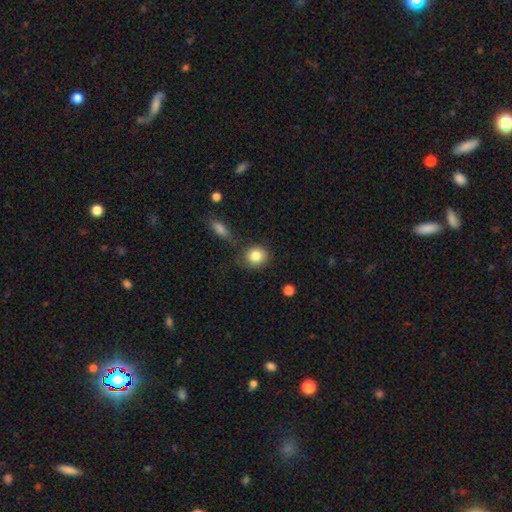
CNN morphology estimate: smooth-or-featured: smooth: 84% | star or artifact: 8% | featured or disk: 7%
  how-rounded: round: 75% | in between: 23% | cigar-shaped: 1%
  merging: none: 71% | minor disturbance: 16% | merger: 8% | major disturbance: 5%